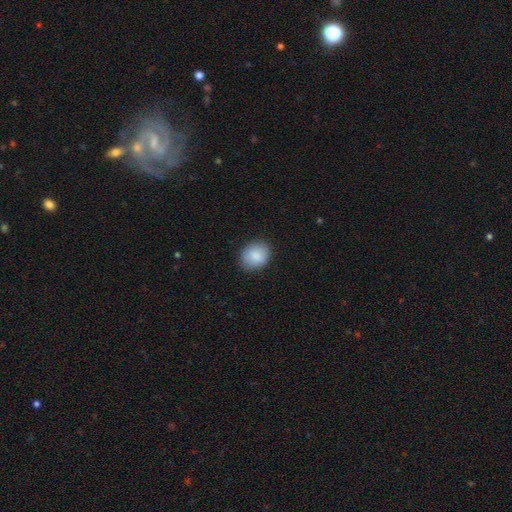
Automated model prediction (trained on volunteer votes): Q: Smooth or featured?
A: smooth (88%); runner-up: star or artifact (7%)
Q: How rounded?
A: round (59%); runner-up: in between (40%)
Q: Merging?
A: none (87%); runner-up: minor disturbance (10%)